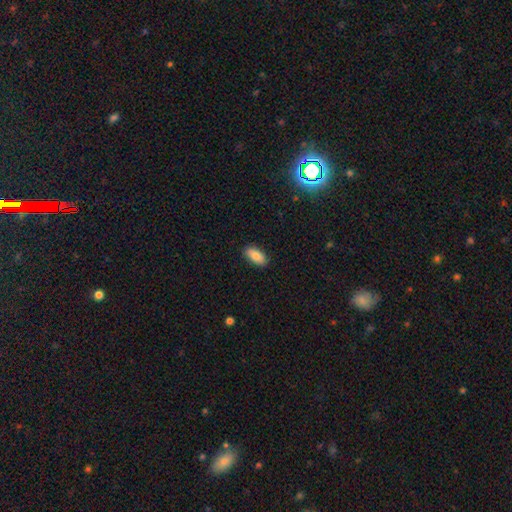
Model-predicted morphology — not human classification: Q: Smooth or featured?
A: smooth (85%); runner-up: featured or disk (9%)
Q: How rounded?
A: in between (91%); runner-up: cigar-shaped (7%)
Q: Merging?
A: none (88%); runner-up: minor disturbance (9%)